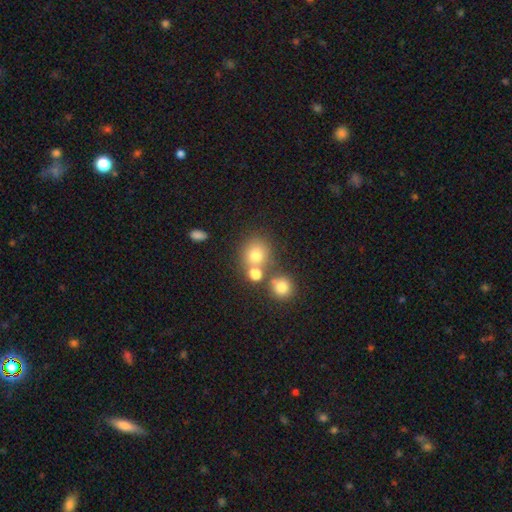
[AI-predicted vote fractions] Smooth or featured?
  - smooth: 74% *
  - star or artifact: 16%
  - featured or disk: 10%
How rounded?
  - round: 82% *
  - in between: 17%
  - cigar-shaped: 1%
Merging?
  - none: 59% *
  - merger: 26%
  - minor disturbance: 10%
  - major disturbance: 4%